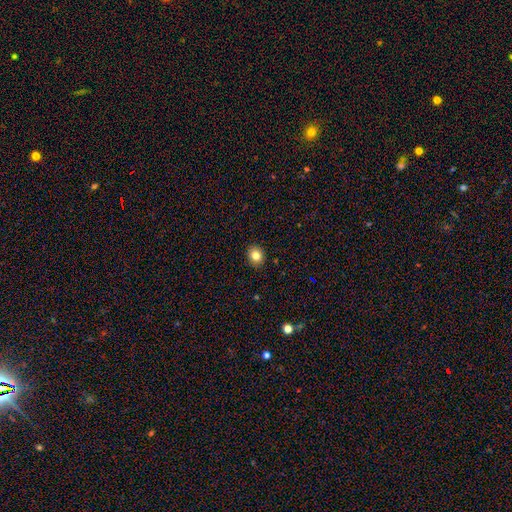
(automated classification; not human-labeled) A smooth galaxy with no disk features (83%) that is round (70%).

Vote fractions:
- Smooth or featured? smooth: 83% / star or artifact: 11% / featured or disk: 7%
- How rounded? round: 70% / in between: 29% / cigar-shaped: 1%
- Merging? none: 92% / minor disturbance: 6% / major disturbance: 2% / merger: 1%